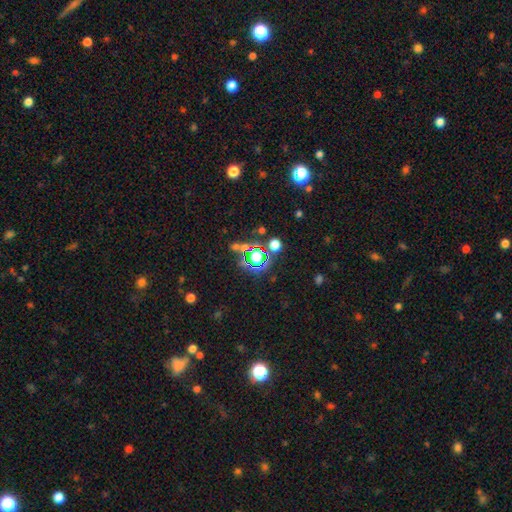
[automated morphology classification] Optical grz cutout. It shows a star or artifact, not a galaxy (55%).